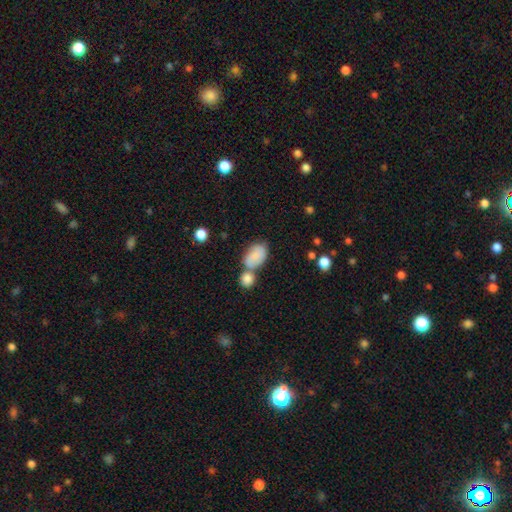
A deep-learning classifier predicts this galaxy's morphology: Smooth or featured: smooth — 80% (featured or disk — 13%)
How rounded: in between — 88% (round — 10%)
Merging: merger — 45% (none — 34%)